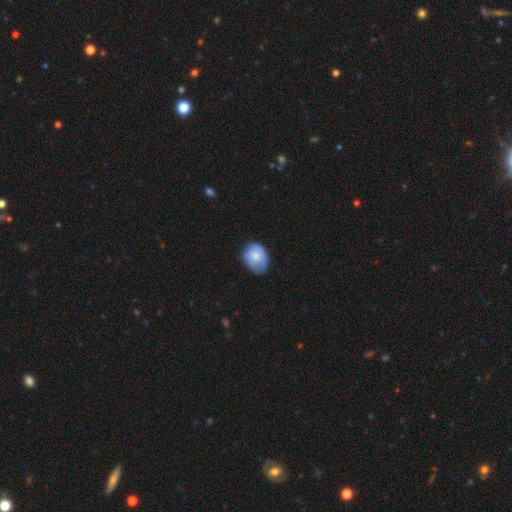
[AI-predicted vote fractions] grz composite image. It shows a smooth galaxy with no disk features (70%) that is in between round and cigar-shaped (53%). Merging: none (58%).